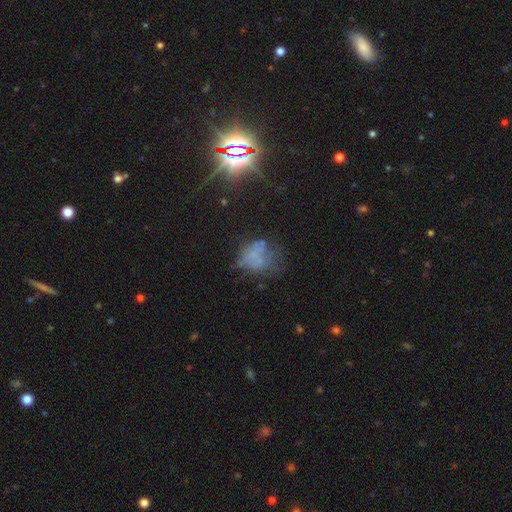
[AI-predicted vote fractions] Morphology: type=smooth (41%); merging=none (38%).